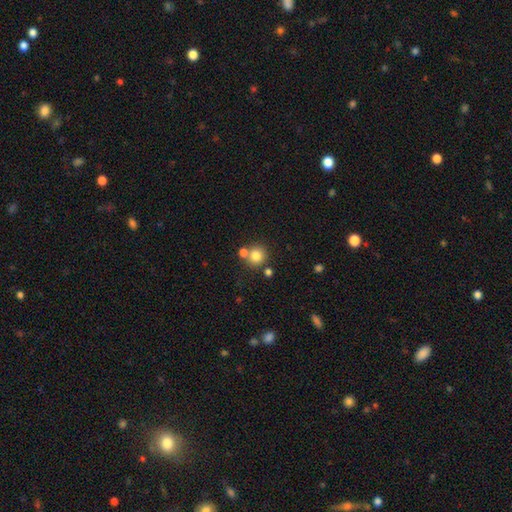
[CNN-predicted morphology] smooth-or-featured: smooth: 80% | star or artifact: 12% | featured or disk: 8%
  how-rounded: round: 90% | in between: 9% | cigar-shaped: 1%
  merging: none: 67% | merger: 22% | minor disturbance: 8% | major disturbance: 3%